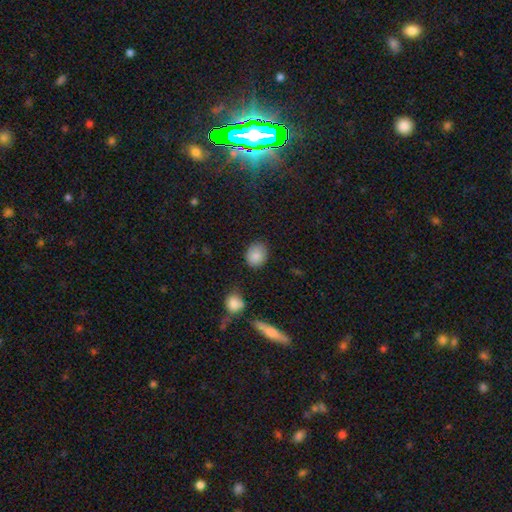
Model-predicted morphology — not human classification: Smooth or featured: smooth — 85% (star or artifact — 9%)
How rounded: round — 64% (in between — 35%)
Merging: none — 83% (minor disturbance — 12%)